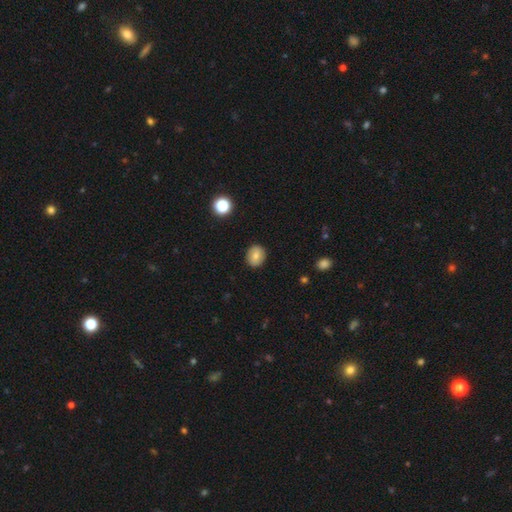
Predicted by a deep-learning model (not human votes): Smooth or featured?
  - smooth: 79% *
  - featured or disk: 12%
  - star or artifact: 10%
How rounded?
  - round: 64% *
  - in between: 35%
  - cigar-shaped: 1%
Merging?
  - none: 89% *
  - minor disturbance: 8%
  - major disturbance: 2%
  - merger: 1%